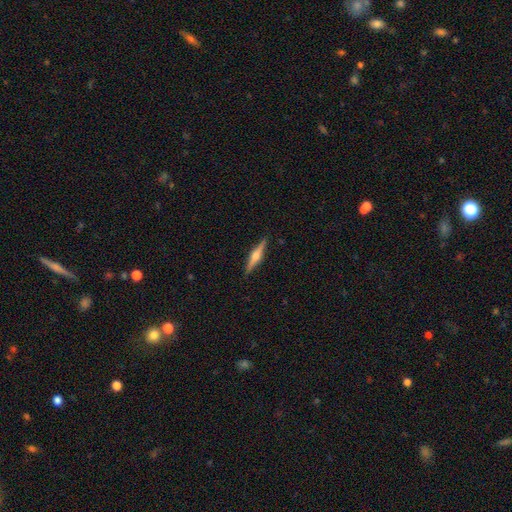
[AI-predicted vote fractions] Smooth or featured?
  - featured or disk: 69% *
  - smooth: 25%
  - star or artifact: 6%
Edge-on disk?
  - yes: 98% *
  - no: 2%
Edge-on bulge?
  - rounded: 90% *
  - boxy: 6%
  - none: 3%
Merging?
  - none: 91% *
  - minor disturbance: 7%
  - major disturbance: 1%
  - merger: 1%